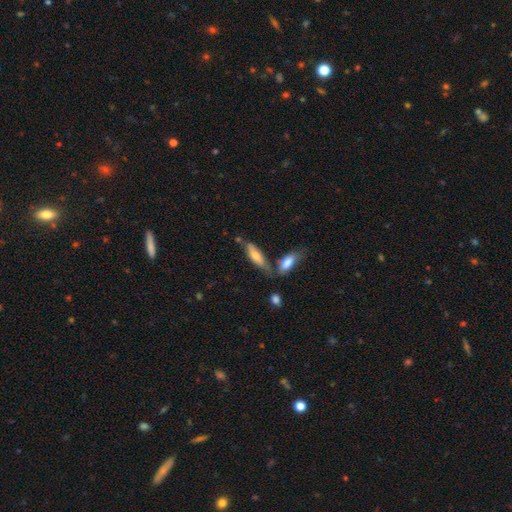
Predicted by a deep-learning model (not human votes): A smooth galaxy with no disk features (67%) that is cigar-shaped (54%). Merging: none (53%).